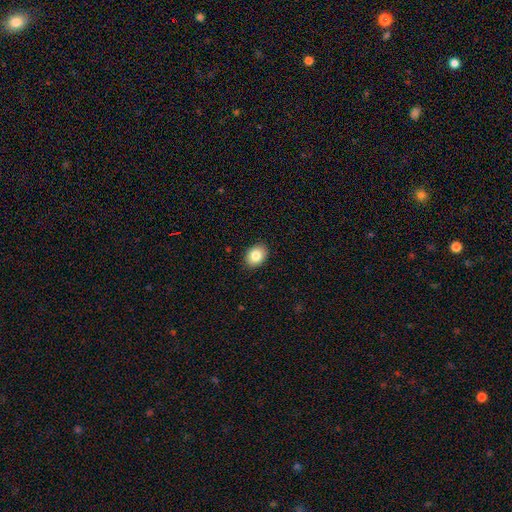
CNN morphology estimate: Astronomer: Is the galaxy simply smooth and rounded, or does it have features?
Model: smooth — 85%.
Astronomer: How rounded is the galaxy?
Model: in between — 63%.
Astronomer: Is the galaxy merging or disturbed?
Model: none — 90%.